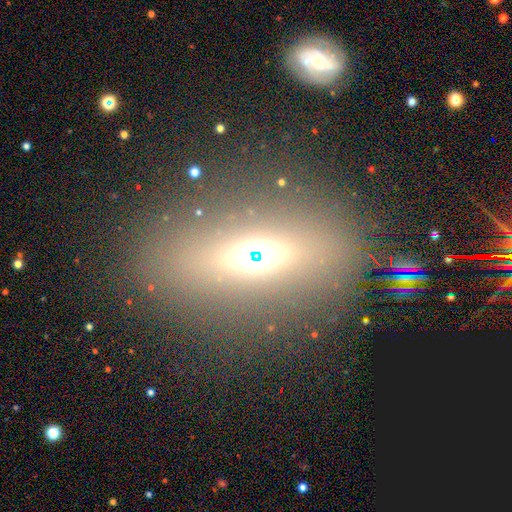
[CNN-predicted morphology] A smooth galaxy with no disk features (42%). Merging: none (82%).